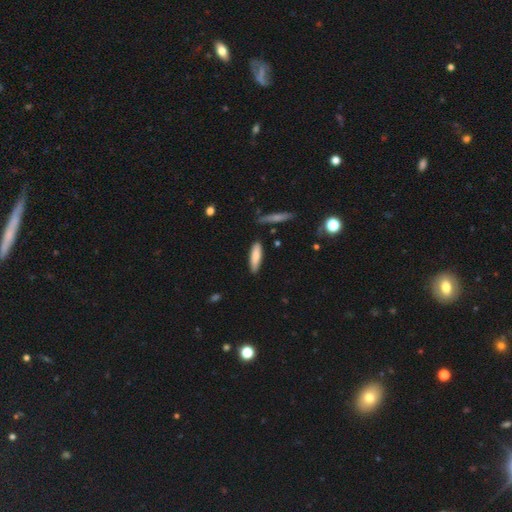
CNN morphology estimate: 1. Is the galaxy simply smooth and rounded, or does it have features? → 81% smooth, 13% featured or disk, 6% star or artifact.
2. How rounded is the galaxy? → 66% cigar-shaped, 32% in between, 2% round.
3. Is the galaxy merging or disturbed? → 84% none, 11% minor disturbance, 2% merger, 2% major disturbance.